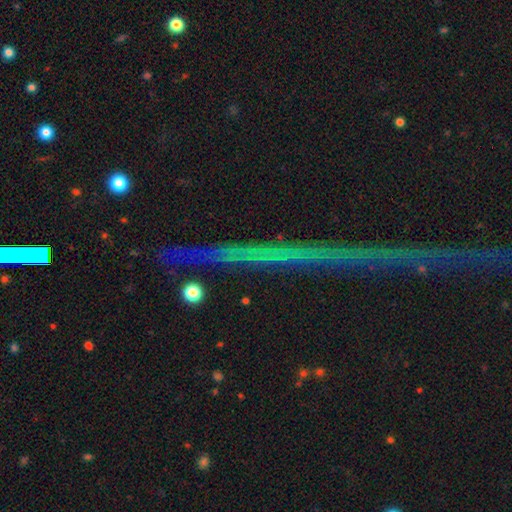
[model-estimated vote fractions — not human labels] This is likely a star or artifact rather than a galaxy (68%).